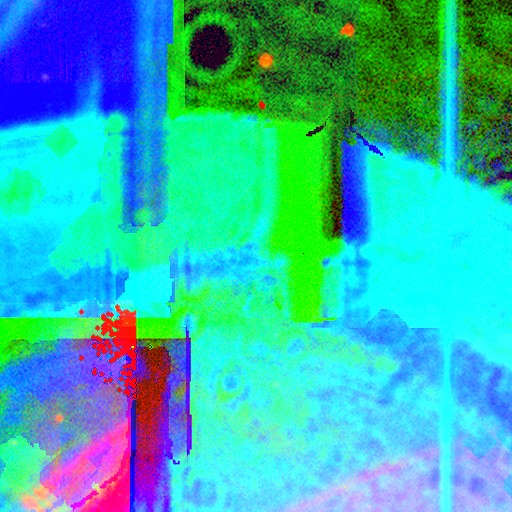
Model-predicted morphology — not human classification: This is clearly a star or artifact rather than a galaxy (86%).